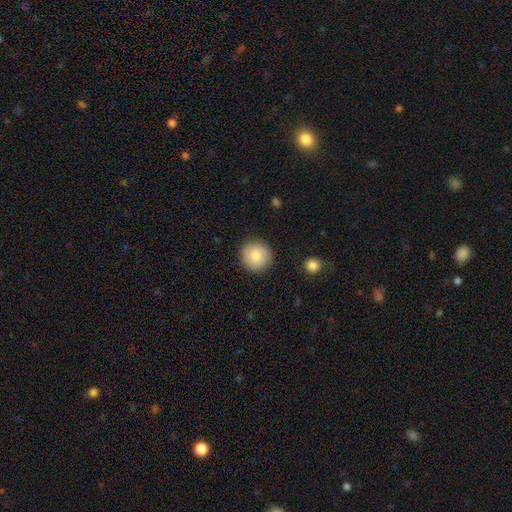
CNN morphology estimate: The model was most divided on "smooth or featured": smooth: 84%, featured or disk: 8%, star or artifact: 8%. More confident: how rounded — round (94%); merging — none (90%).